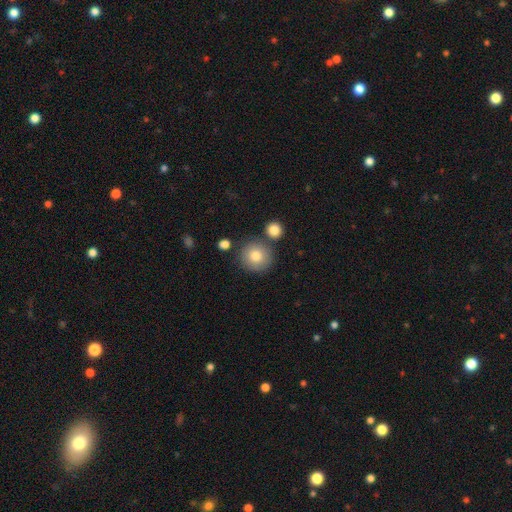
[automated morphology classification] Overall: smooth (81%). How rounded: round (92%). Merging: none (79%).